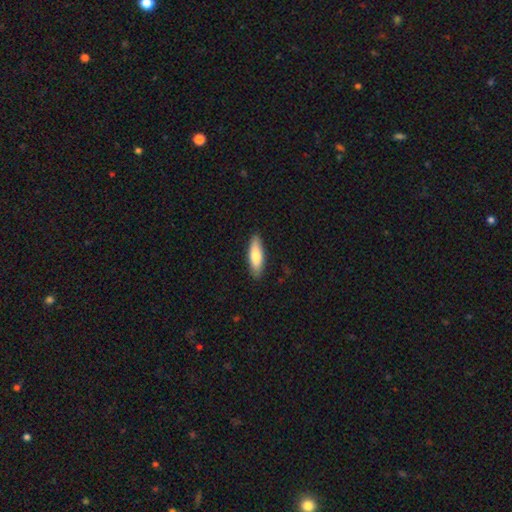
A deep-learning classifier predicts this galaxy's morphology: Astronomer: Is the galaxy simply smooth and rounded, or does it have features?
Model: smooth — 76%.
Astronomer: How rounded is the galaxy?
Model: cigar-shaped — 51% (runner-up: in between, 47%).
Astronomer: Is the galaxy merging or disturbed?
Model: none — 87%.